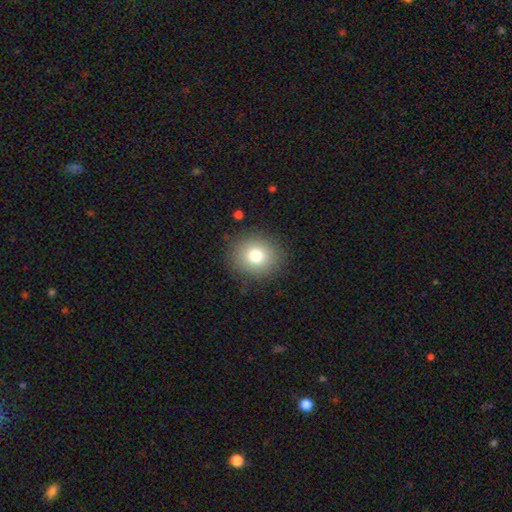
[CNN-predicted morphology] This is likely a smooth galaxy (78%). How rounded: clearly round (82%). Merging: clearly none (87%).